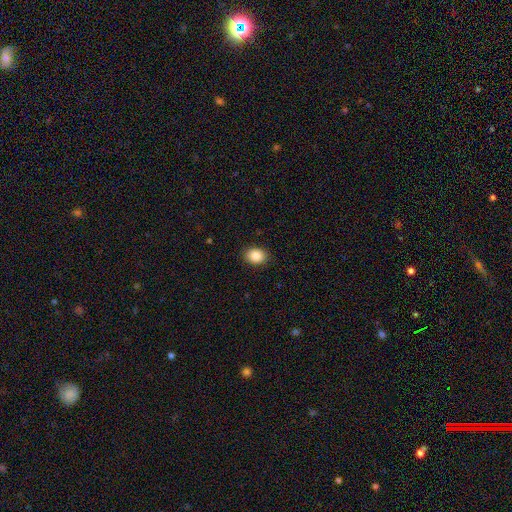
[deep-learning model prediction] Overall: smooth (86%). How rounded: in between (53%; round 46%). Merging: none (89%).